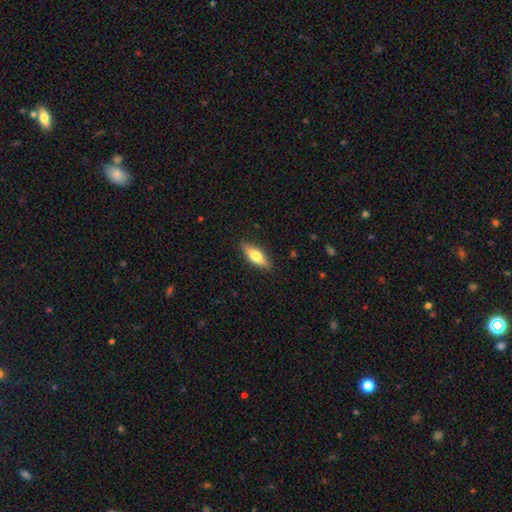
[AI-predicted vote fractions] smooth 57%, featured or disk 37%, star or artifact 6%. Down the decision tree: how rounded — in between (56%); merging — none (87%).